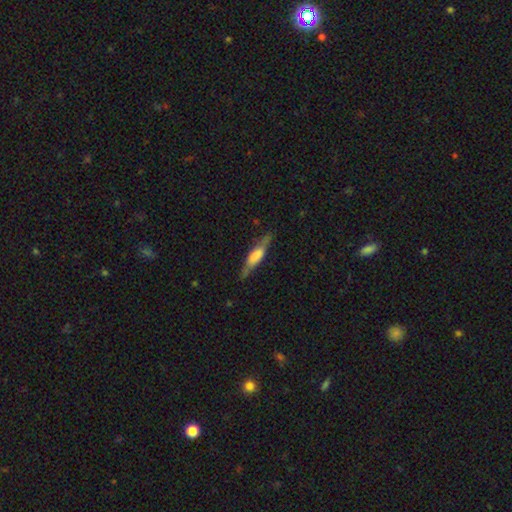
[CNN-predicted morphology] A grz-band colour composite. It shows a smooth galaxy with no disk features (47%). Merging: none (76%).